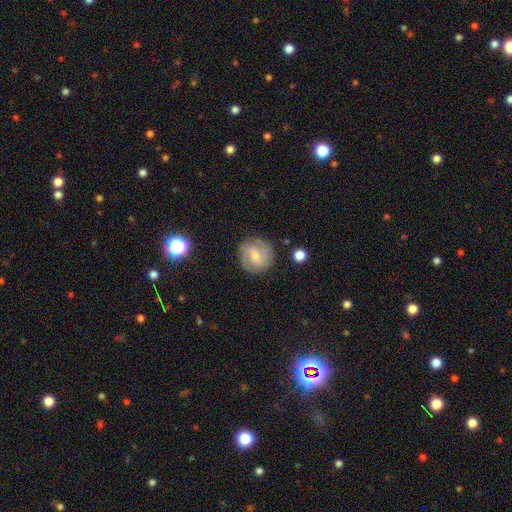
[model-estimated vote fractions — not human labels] Overall: featured or disk (54%; smooth 38%). Edge-on disk: no (97%). Bar: weak (48%; no 42%). Spiral arms: yes (86%). Bulge size: small (51%; moderate 43%). Merging: none (80%).